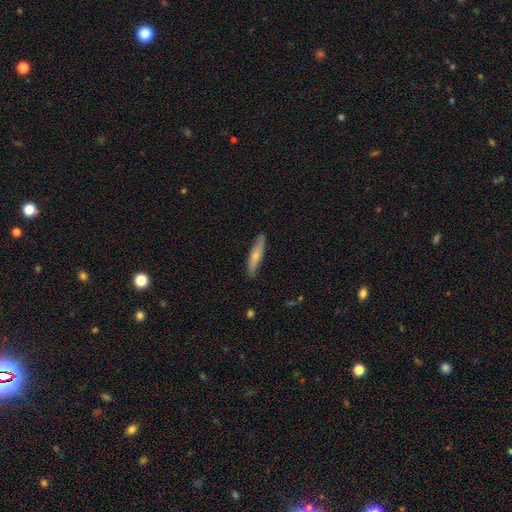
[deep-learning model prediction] The model was most divided on "smooth or featured": smooth: 61%, featured or disk: 34%, star or artifact: 5%. More confident: merging — none (86%); how rounded — cigar-shaped (84%).